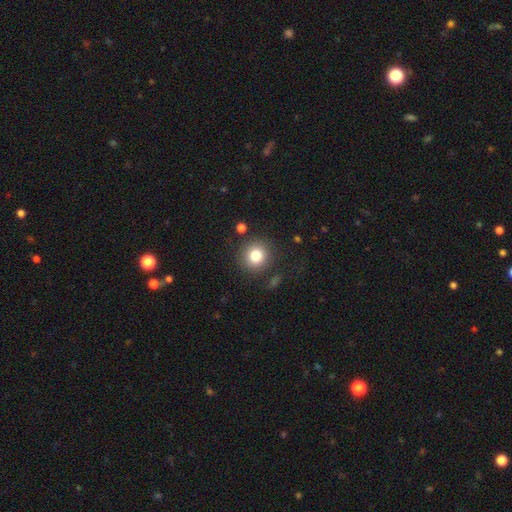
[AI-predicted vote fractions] smooth 80%, star or artifact 11%, featured or disk 8%. Down the decision tree: how rounded — round (91%); merging — none (85%).